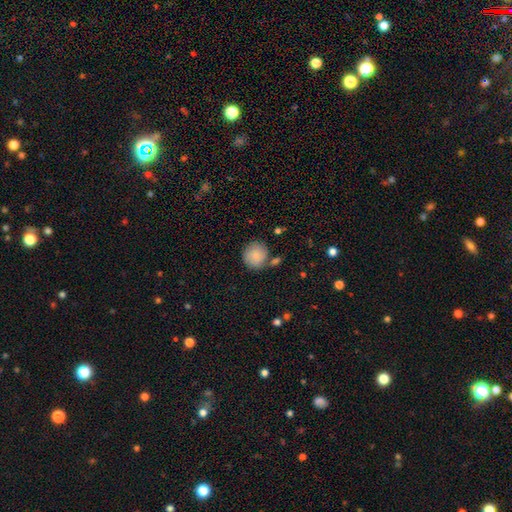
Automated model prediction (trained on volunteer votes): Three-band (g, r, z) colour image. It shows a smooth galaxy with no disk features (84%) that is round (90%). Merging: none (72%).